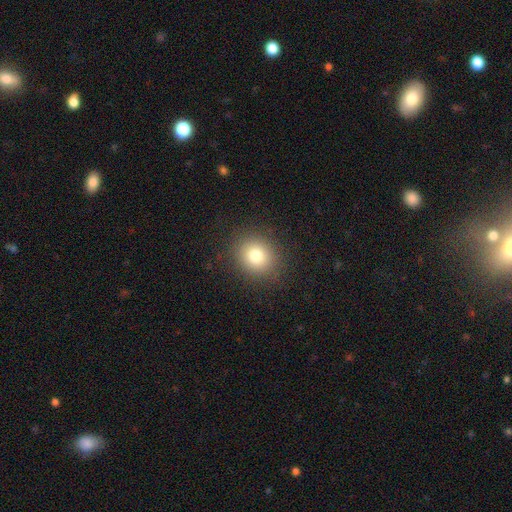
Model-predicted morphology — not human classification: type=smooth (79%); roundness=round (79%); merging=none (88%).